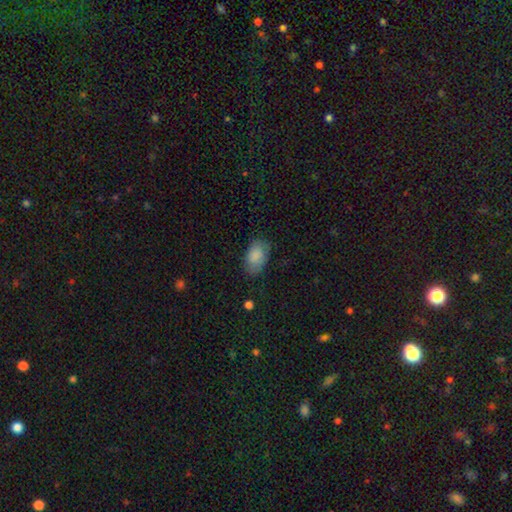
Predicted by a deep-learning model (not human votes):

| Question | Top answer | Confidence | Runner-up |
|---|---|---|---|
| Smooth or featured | smooth | 86% | star or artifact (7%) |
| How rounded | in between | 92% | round (6%) |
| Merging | none | 73% | minor disturbance (20%) |